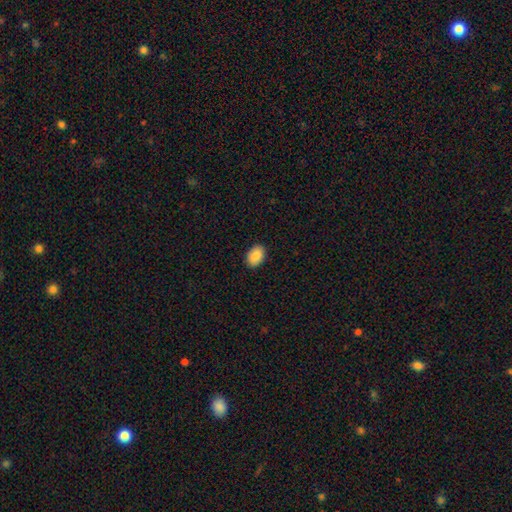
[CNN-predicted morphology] type=smooth (87%); roundness=in between (84%); merging=none (90%).